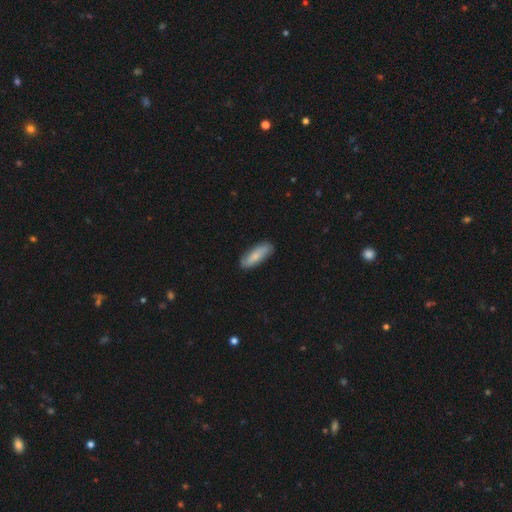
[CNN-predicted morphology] A smooth galaxy with no disk features (71%) that is in between round and cigar-shaped (63%).

Vote fractions:
- Smooth or featured? smooth: 71% / featured or disk: 24% / star or artifact: 6%
- How rounded? in between: 63% / cigar-shaped: 35% / round: 2%
- Merging? none: 84% / minor disturbance: 13% / major disturbance: 2% / merger: 1%